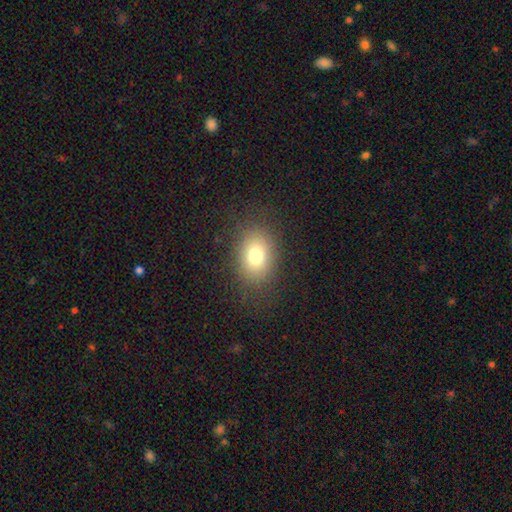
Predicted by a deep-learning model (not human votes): The model was most divided on "how rounded": in between: 63%, round: 35%, cigar-shaped: 1%. More confident: merging — none (82%); smooth or featured — smooth (75%).